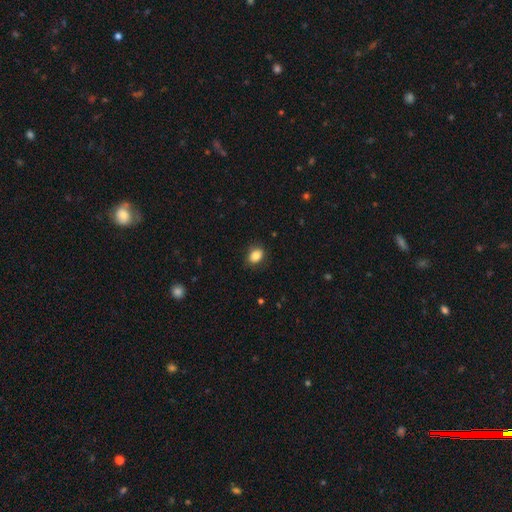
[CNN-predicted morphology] Smooth or featured: smooth — 85% (star or artifact — 9%)
How rounded: in between — 66% (round — 33%)
Merging: none — 82% (minor disturbance — 14%)